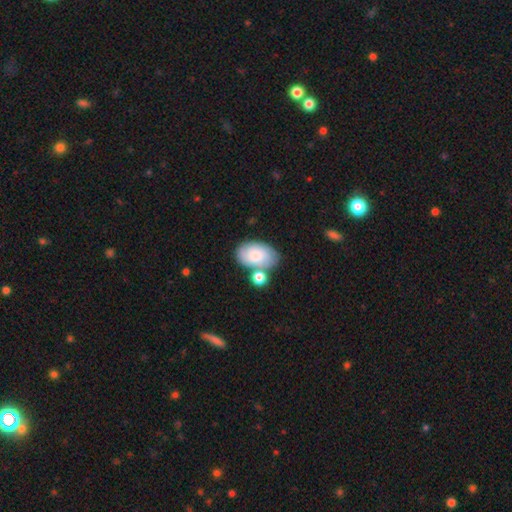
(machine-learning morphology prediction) Smooth or featured?
  - smooth: 68% *
  - featured or disk: 25%
  - star or artifact: 7%
How rounded?
  - in between: 90% *
  - round: 9%
  - cigar-shaped: 1%
Merging?
  - none: 56% *
  - merger: 22%
  - minor disturbance: 16%
  - major disturbance: 5%